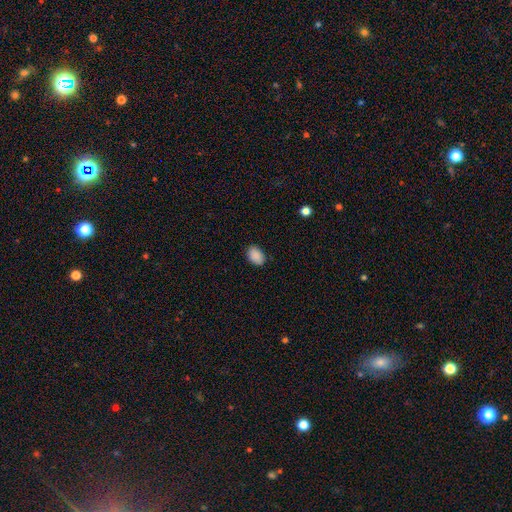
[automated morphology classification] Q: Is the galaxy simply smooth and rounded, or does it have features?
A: smooth — 89%.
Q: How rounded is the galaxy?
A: in between — 84%.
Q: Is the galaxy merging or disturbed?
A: none — 86%.